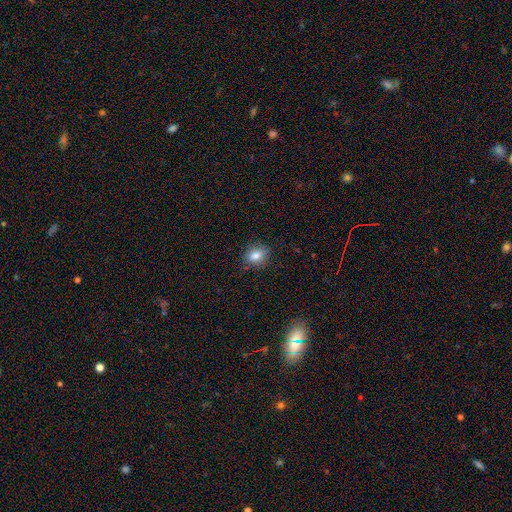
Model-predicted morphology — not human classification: Overall: smooth (81%). How rounded: in between (53%; round 46%). Merging: none (81%).